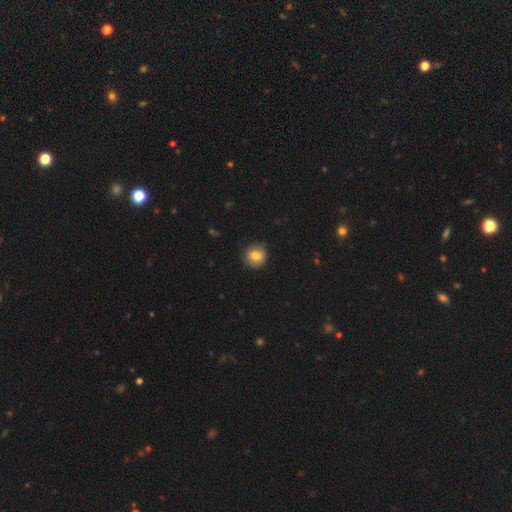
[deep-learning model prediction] smooth-or-featured: smooth: 80% | featured or disk: 11% | star or artifact: 9%
  how-rounded: round: 87% | in between: 12% | cigar-shaped: 1%
  merging: none: 86% | minor disturbance: 11% | major disturbance: 2% | merger: 1%